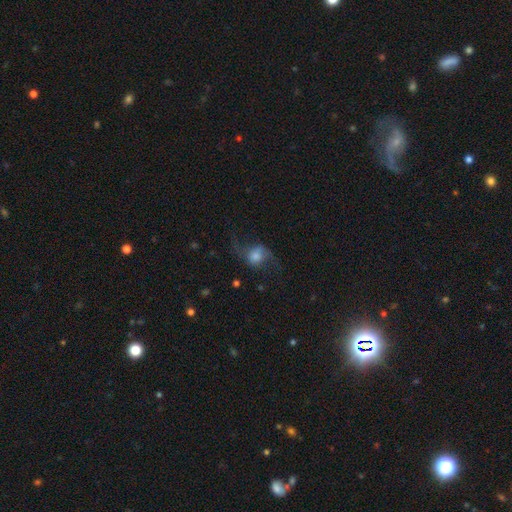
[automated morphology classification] type=featured or disk (55%); edge-on=no (94%); bar=no (63%); spiral arms=yes (87%); bulge=moderate (34%); merging=none (56%).